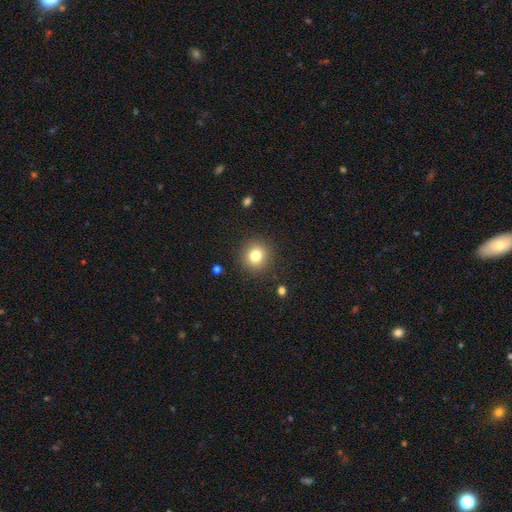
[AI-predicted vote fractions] Smooth or featured? smooth (80%)
How rounded? round (93%)
Merging? none (90%)